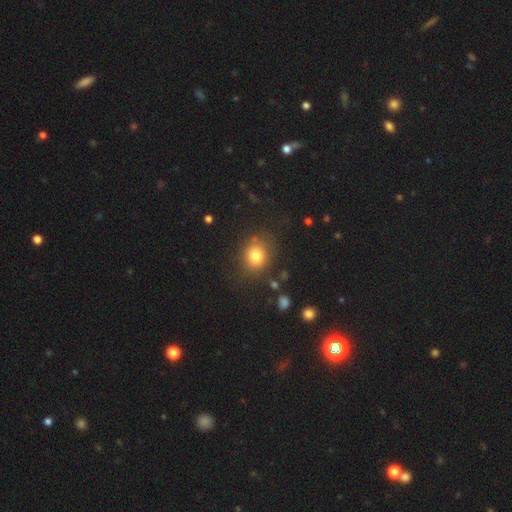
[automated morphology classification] A smooth galaxy with no disk features (79%) that is round (71%). Merging: none (79%).